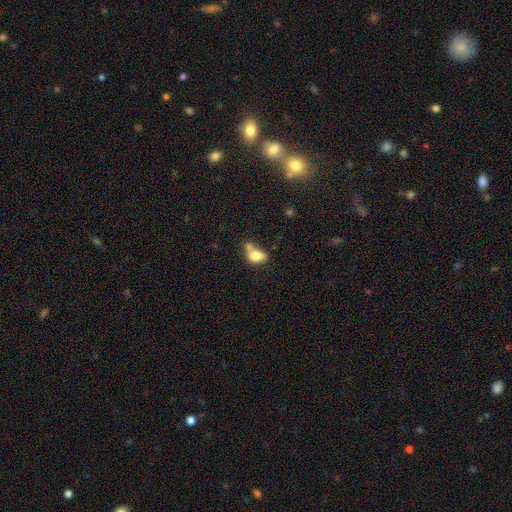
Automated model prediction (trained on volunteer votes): A smooth galaxy with no disk features (77%) that is in between round and cigar-shaped (81%). Merging: merger (44%).